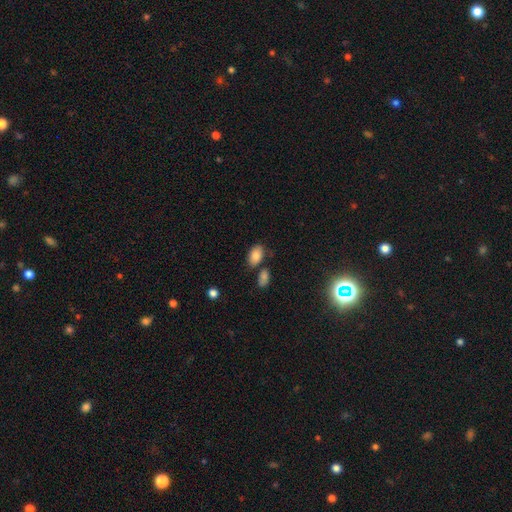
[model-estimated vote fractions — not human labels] Morphology: type=smooth (83%); roundness=in between (90%); merging=none (66%).